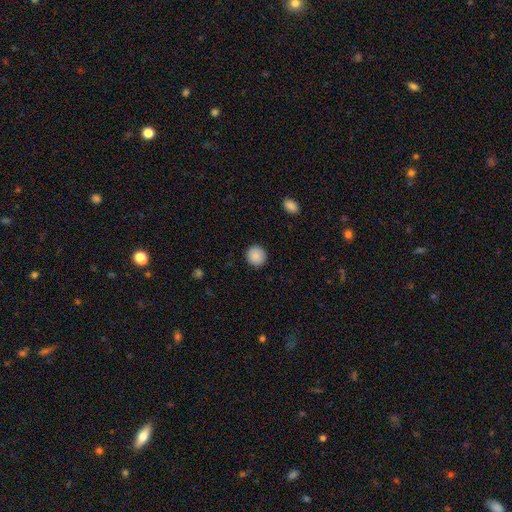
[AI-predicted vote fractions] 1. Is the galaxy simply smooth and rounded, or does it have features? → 89% smooth, 7% star or artifact, 3% featured or disk.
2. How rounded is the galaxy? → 94% round, 5% in between, 1% cigar-shaped.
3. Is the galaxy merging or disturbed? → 92% none, 6% minor disturbance, 2% major disturbance, 1% merger.